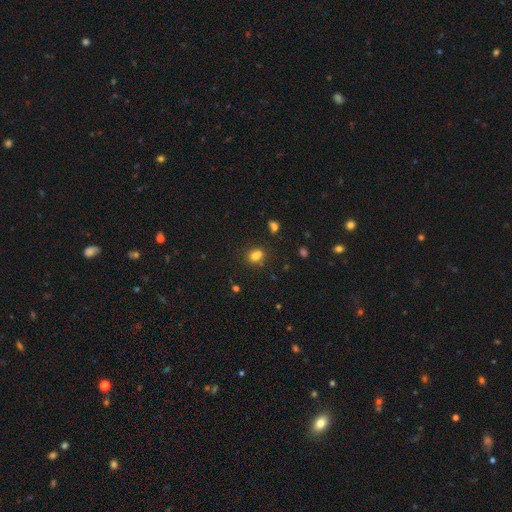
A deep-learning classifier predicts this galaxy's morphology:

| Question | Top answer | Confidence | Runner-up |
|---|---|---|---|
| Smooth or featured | smooth | 70% | star or artifact (17%) |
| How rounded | round | 68% | in between (31%) |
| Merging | none | 44% | merger (41%) |